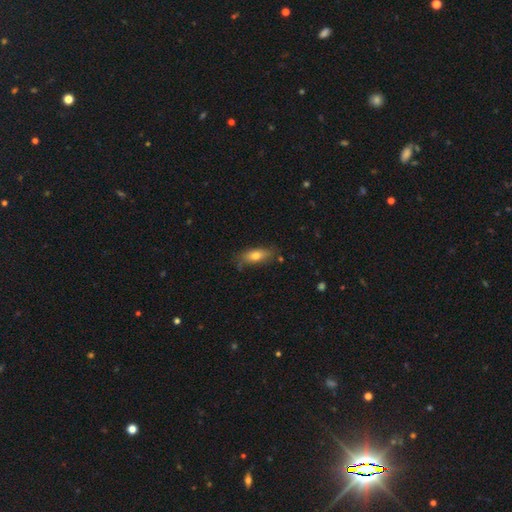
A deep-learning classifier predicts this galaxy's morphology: Smooth or featured?
  - smooth: 70% *
  - featured or disk: 22%
  - star or artifact: 7%
How rounded?
  - in between: 68% *
  - cigar-shaped: 28%
  - round: 4%
Merging?
  - none: 70% *
  - minor disturbance: 22%
  - major disturbance: 5%
  - merger: 3%